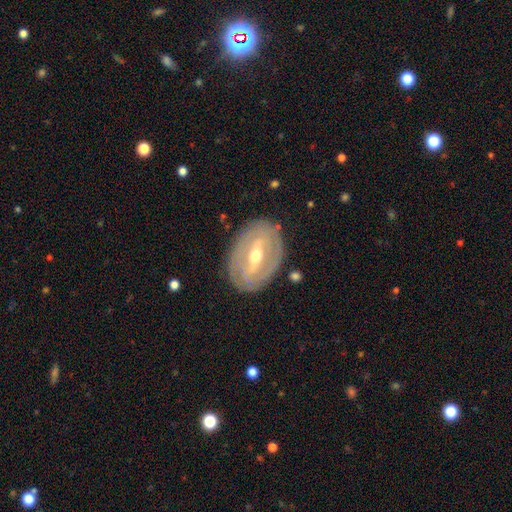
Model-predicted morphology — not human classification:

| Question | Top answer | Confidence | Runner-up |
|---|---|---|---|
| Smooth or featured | featured or disk | 80% | smooth (15%) |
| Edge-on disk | no | 91% | yes (9%) |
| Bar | strong | 55% | weak (33%) |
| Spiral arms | yes | 65% | no (35%) |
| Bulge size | moderate | 68% | small (27%) |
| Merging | none | 83% | minor disturbance (12%) |